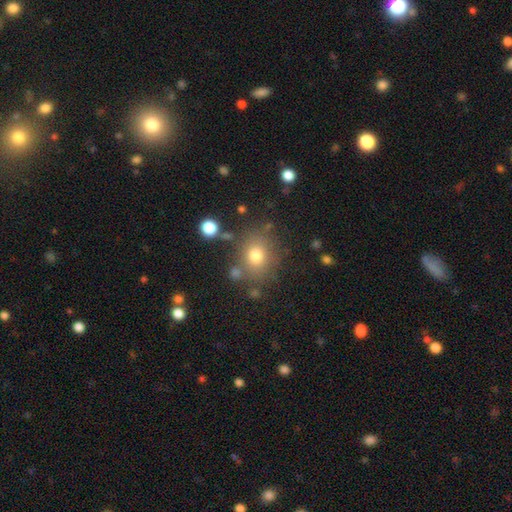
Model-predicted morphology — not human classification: smooth 74%, star or artifact 15%, featured or disk 11%. Down the decision tree: how rounded — round (70%); merging — none (76%).